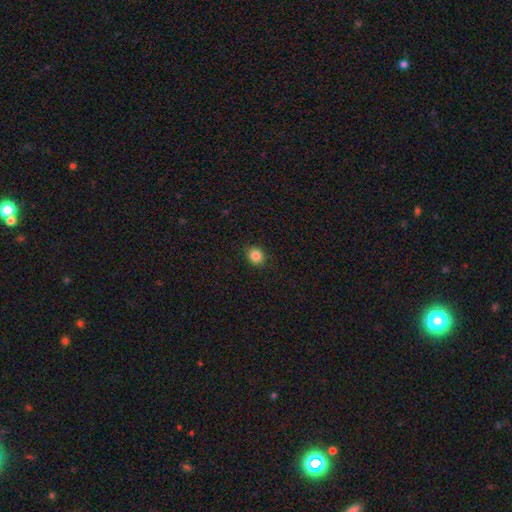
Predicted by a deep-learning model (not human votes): Overall: smooth (85%). How rounded: round (80%). Merging: none (90%).